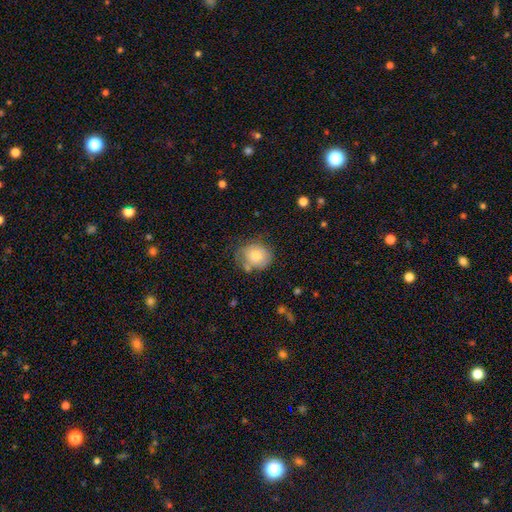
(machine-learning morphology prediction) smooth 77%, featured or disk 15%, star or artifact 8%. Down the decision tree: how rounded — round (63%); merging — none (58%).